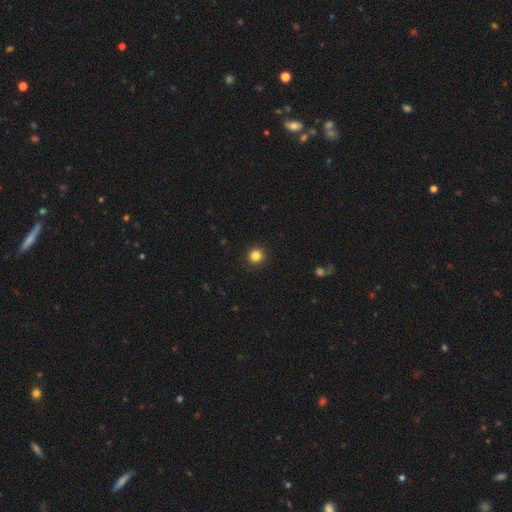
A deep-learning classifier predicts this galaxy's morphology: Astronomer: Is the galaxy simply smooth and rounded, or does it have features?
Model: smooth — 84%.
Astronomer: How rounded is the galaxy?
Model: round — 95%.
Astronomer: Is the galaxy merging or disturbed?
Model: none — 93%.